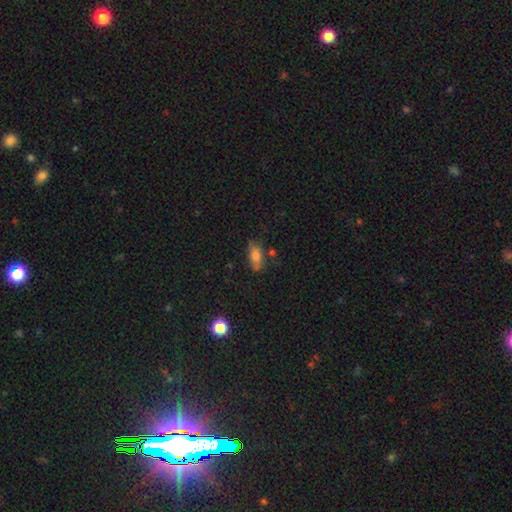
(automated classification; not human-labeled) Smooth or featured?
  - smooth: 75% *
  - featured or disk: 15%
  - star or artifact: 10%
How rounded?
  - in between: 82% *
  - cigar-shaped: 13%
  - round: 5%
Merging?
  - none: 64% *
  - minor disturbance: 22%
  - merger: 7%
  - major disturbance: 7%